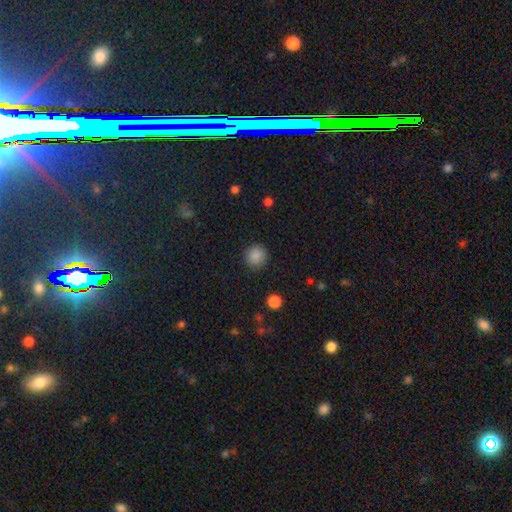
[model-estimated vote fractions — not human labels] Smooth or featured: smooth — 87% (star or artifact — 10%)
How rounded: round — 93% (in between — 6%)
Merging: none — 90% (minor disturbance — 6%)